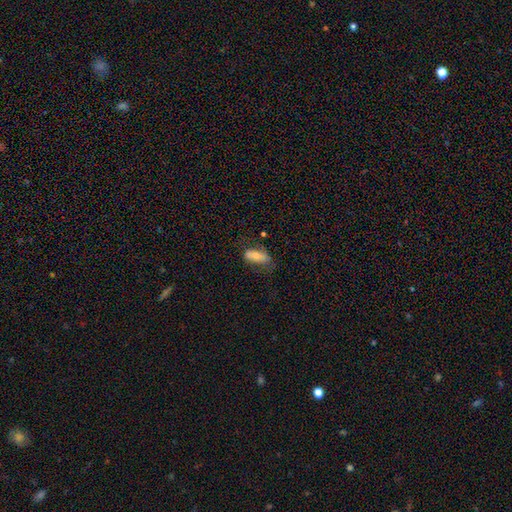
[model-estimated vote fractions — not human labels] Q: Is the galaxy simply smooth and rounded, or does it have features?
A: smooth — 64%.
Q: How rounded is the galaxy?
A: in between — 84%.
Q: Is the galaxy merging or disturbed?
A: none — 60%.